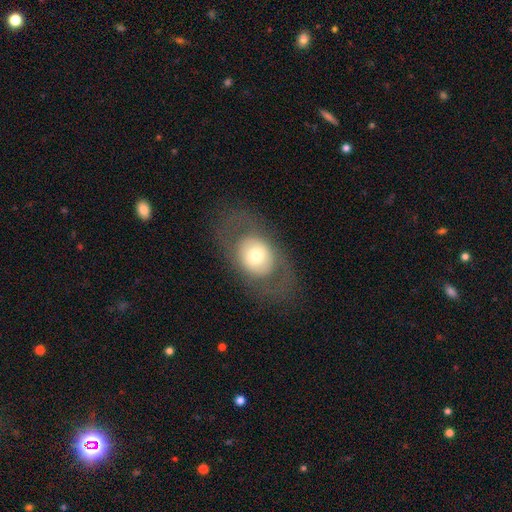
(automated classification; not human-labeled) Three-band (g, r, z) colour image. It shows a smooth galaxy with no disk features (52%) that is in between round and cigar-shaped (68%). Merging: none (76%).